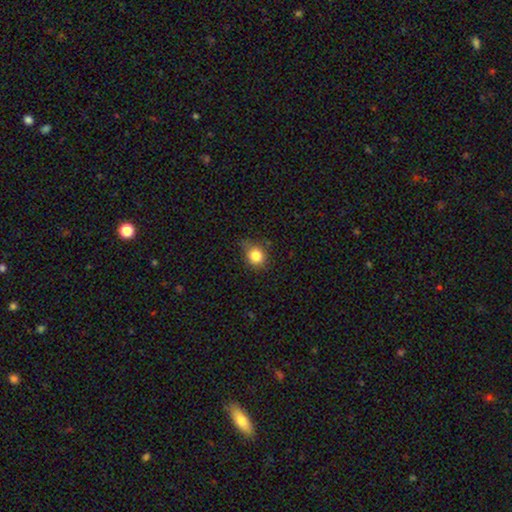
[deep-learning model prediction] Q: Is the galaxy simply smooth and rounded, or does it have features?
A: smooth — 83%.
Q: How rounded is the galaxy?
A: round — 78%.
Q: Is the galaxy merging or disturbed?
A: none — 69%.